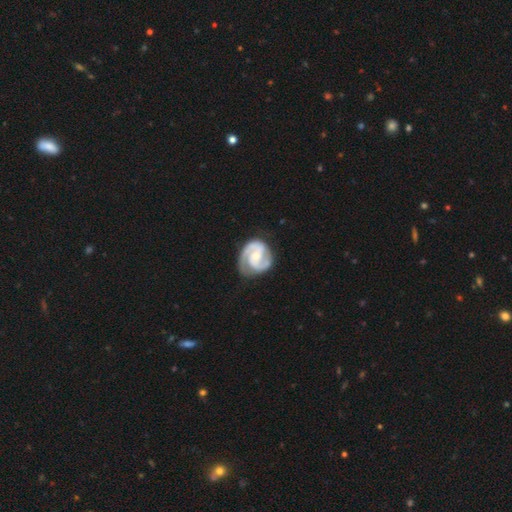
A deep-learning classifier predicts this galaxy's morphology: A featured or disk galaxy (90%) with no bar (47%), 2 (89%) medium (46%) spiral arms (98%) and a small central bulge (48%).

Vote fractions:
- Smooth or featured? featured or disk: 90% / smooth: 6% / star or artifact: 4%
- Edge-on disk? no: 98% / yes: 2%
- Bar? no: 47% / weak: 40% / strong: 13%
- Spiral arms? yes: 98% / no: 2%
- Spiral winding? medium: 46% / tight: 45% / loose: 8%
- Spiral arm count? 2: 89% / 3: 4% / can't tell: 3% / 1: 2% / 4: 1% / more than 4: 1%
- Bulge size? small: 48% / moderate: 45% / none: 4% / large: 3% / dominant: 1%
- Merging? none: 75% / minor disturbance: 18% / major disturbance: 6% / merger: 1%